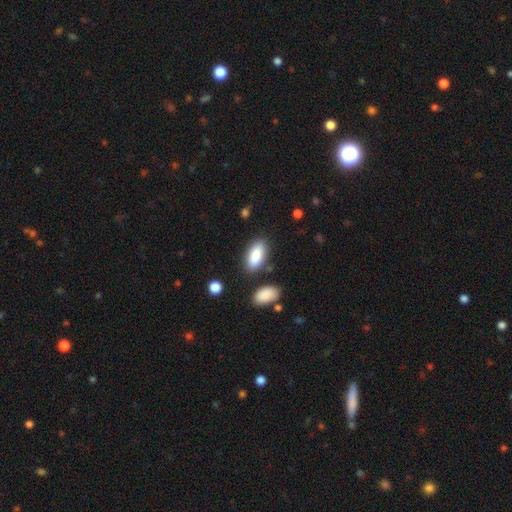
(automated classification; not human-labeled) Smooth or featured?
  - smooth: 86% *
  - featured or disk: 7%
  - star or artifact: 6%
How rounded?
  - in between: 83% *
  - cigar-shaped: 14%
  - round: 2%
Merging?
  - none: 79% *
  - minor disturbance: 12%
  - merger: 6%
  - major disturbance: 3%